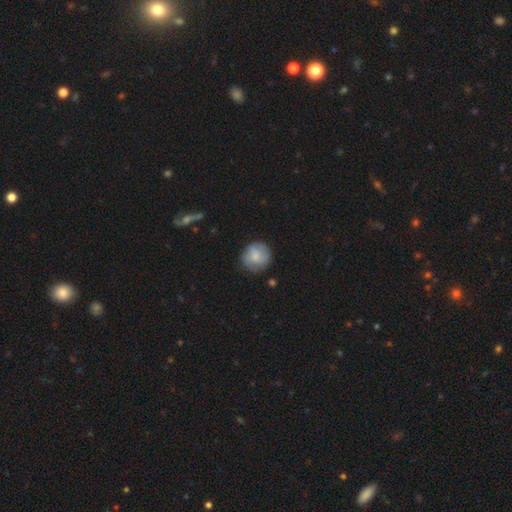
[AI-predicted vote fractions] smooth 75%, featured or disk 18%, star or artifact 7%. Down the decision tree: how rounded — round (91%); merging — none (78%).